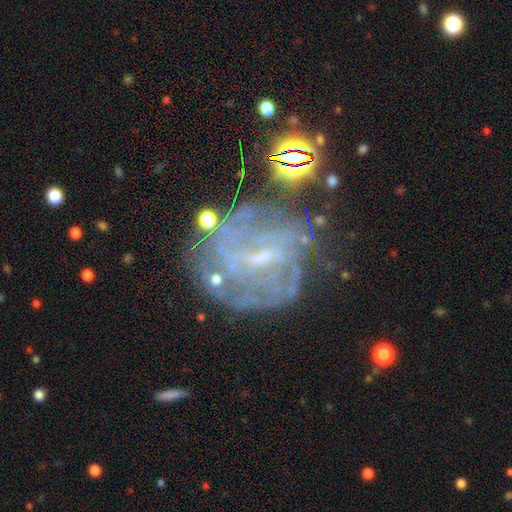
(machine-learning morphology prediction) A featured or disk galaxy (75%) with a weak bar (55%), tight (54%) spiral arms (78%) and a small central bulge (65%).

Vote fractions:
- Smooth or featured? featured or disk: 75% / star or artifact: 14% / smooth: 11%
- Edge-on disk? no: 97% / yes: 3%
- Bar? weak: 55% / no: 25% / strong: 20%
- Spiral arms? yes: 78% / no: 22%
- Spiral winding? tight: 54% / medium: 33% / loose: 13%
- Spiral arm count? can't tell: 52% / 2: 13% / 3: 11% / 4: 11% / more than 4: 7% / 1: 6%
- Bulge size? small: 65% / none: 17% / moderate: 16% / large: 1% / dominant: 1%
- Merging? none: 62% / minor disturbance: 19% / major disturbance: 14% / merger: 4%